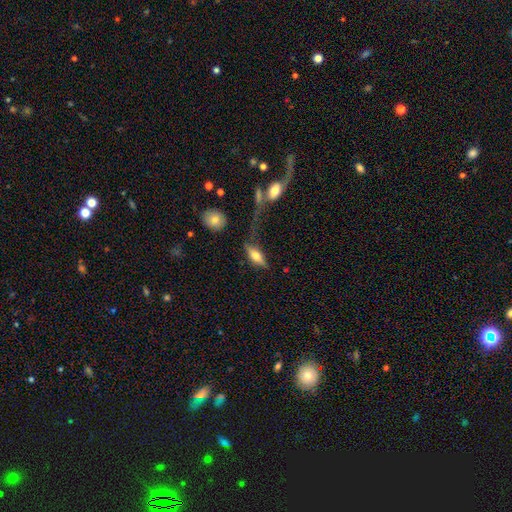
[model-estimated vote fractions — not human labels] This appears to be a smooth galaxy with no disk features (54%) that is in between round and cigar-shaped (69%). Merging: none (48%).